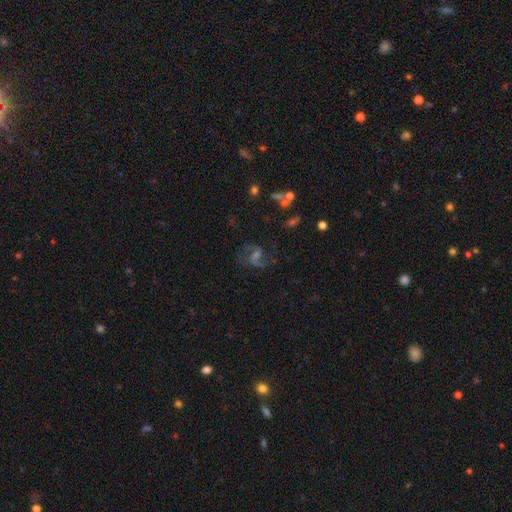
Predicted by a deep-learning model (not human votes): Overall: featured or disk (75%). Edge-on disk: no (97%). Bar: weak (53%; strong 24%). Spiral arms: yes (93%). Spiral arm count: 2 (87%). Spiral winding: medium (47%; loose 43%). Bulge size: small (40%; moderate 29%). Merging: none (69%).